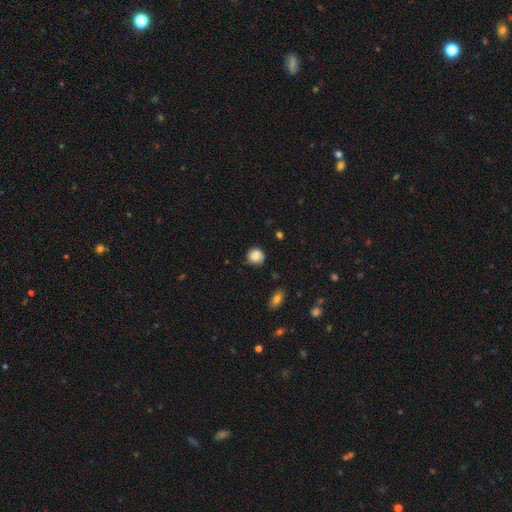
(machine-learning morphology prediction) smooth 78%, featured or disk 13%, star or artifact 9%. Down the decision tree: how rounded — round (83%); merging — none (74%).